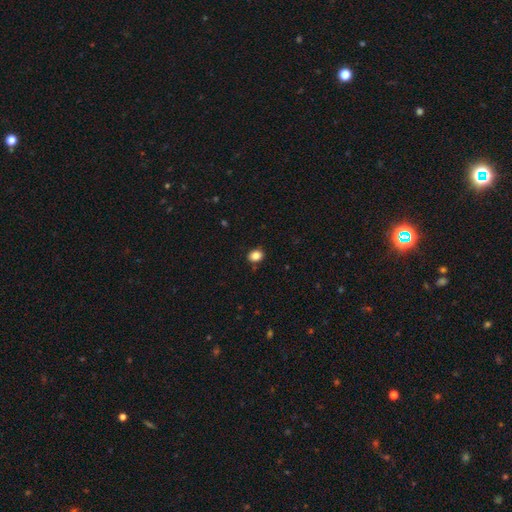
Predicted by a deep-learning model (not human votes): smooth-or-featured: smooth: 85% | star or artifact: 10% | featured or disk: 5%
  how-rounded: round: 52% | in between: 47% | cigar-shaped: 1%
  merging: none: 86% | minor disturbance: 10% | major disturbance: 2% | merger: 2%